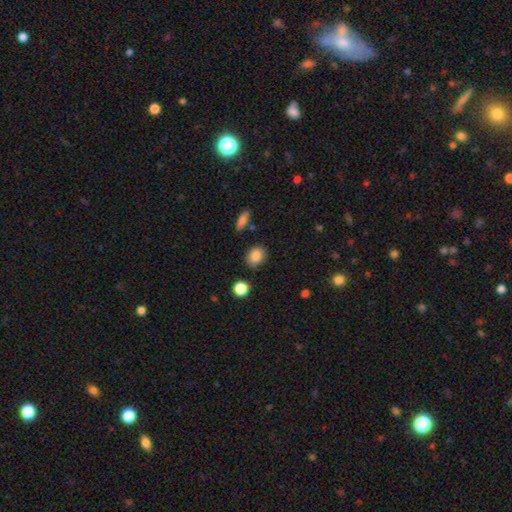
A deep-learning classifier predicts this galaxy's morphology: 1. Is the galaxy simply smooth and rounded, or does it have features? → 85% smooth, 9% star or artifact, 6% featured or disk.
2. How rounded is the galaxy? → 53% round, 45% in between, 2% cigar-shaped.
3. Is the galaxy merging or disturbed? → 83% none, 12% minor disturbance, 3% merger, 3% major disturbance.